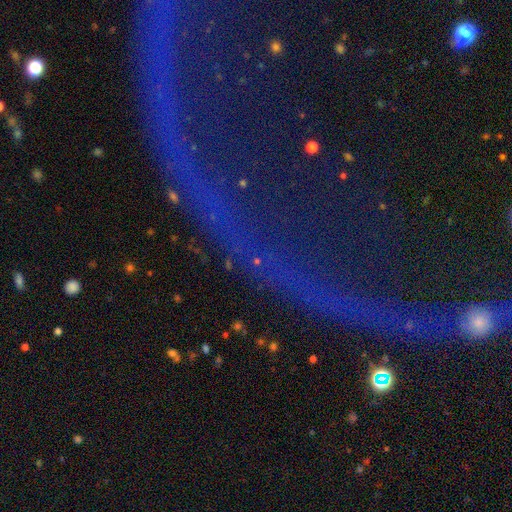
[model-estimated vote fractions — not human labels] smooth-or-featured: star or artifact: 57% | featured or disk: 28% | smooth: 15%